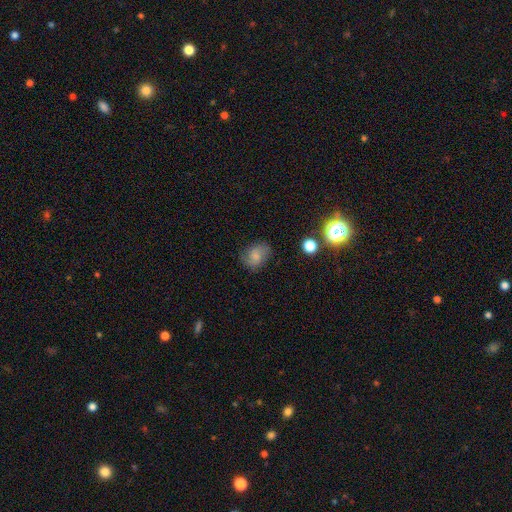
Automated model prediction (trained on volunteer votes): smooth 67%, featured or disk 22%, star or artifact 11%. Down the decision tree: how rounded — in between (64%); merging — none (70%).